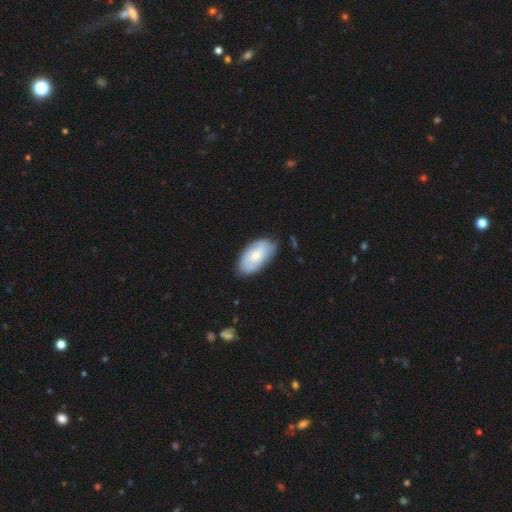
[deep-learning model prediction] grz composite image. It shows a smooth galaxy with no disk features (57%) that is in between round and cigar-shaped (94%). Merging: none (72%).